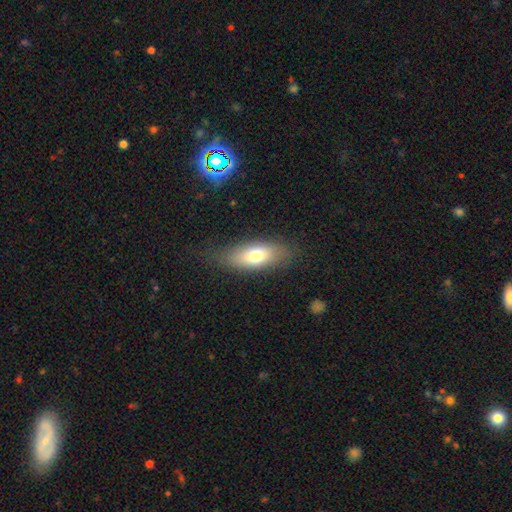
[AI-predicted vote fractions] smooth-or-featured: smooth: 72% | featured or disk: 20% | star or artifact: 8%
  how-rounded: in between: 79% | cigar-shaped: 16% | round: 4%
  merging: none: 73% | minor disturbance: 18% | major disturbance: 7% | merger: 1%